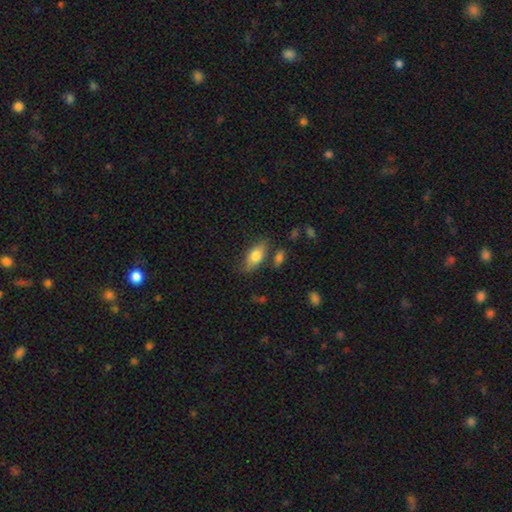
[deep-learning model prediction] smooth 74%, featured or disk 19%, star or artifact 7%. Down the decision tree: how rounded — in between (82%); merging — none (71%).